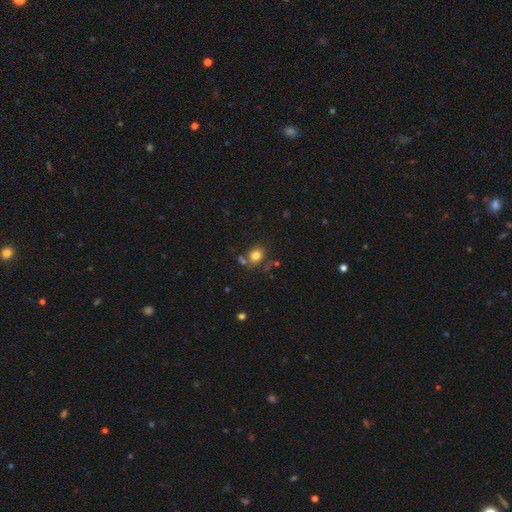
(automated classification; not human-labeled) Q: Smooth or featured?
A: smooth (80%); runner-up: star or artifact (12%)
Q: How rounded?
A: round (63%); runner-up: in between (36%)
Q: Merging?
A: none (68%); runner-up: minor disturbance (14%)